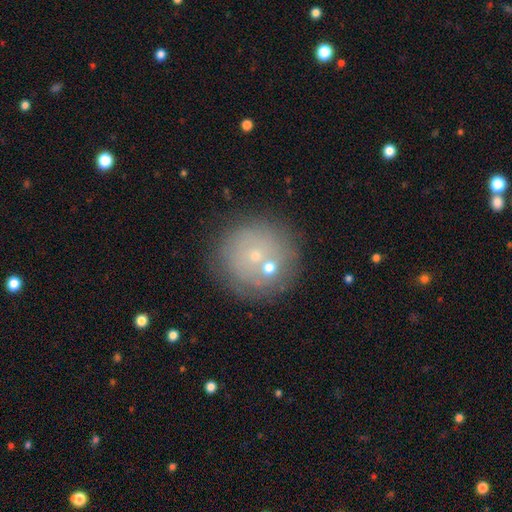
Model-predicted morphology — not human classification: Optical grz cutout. It shows a smooth galaxy with no disk features (51%) that is round (95%). Merging: none (72%).